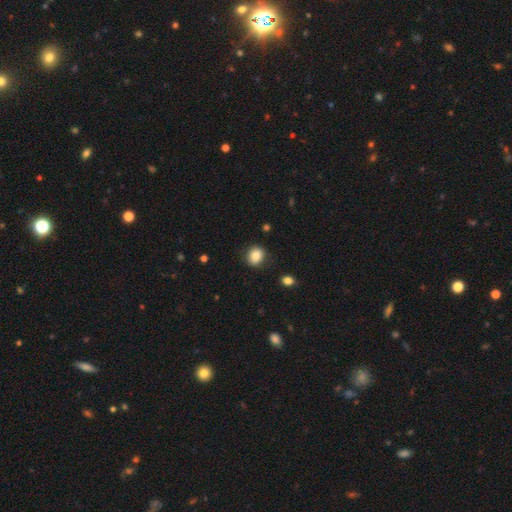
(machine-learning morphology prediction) type=smooth (83%); roundness=round (71%); merging=none (85%).